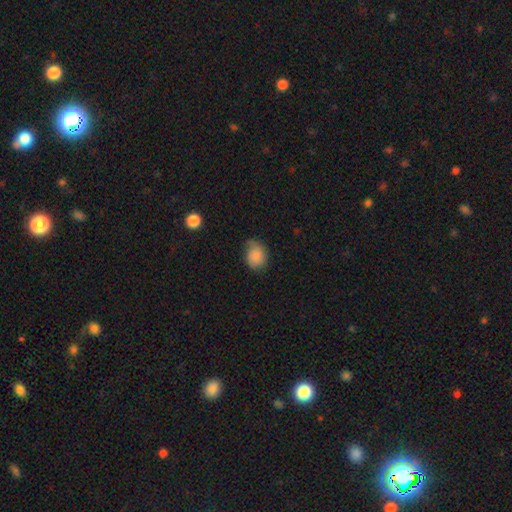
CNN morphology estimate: Smooth or featured?
  - smooth: 82% *
  - featured or disk: 10%
  - star or artifact: 8%
How rounded?
  - round: 54% *
  - in between: 45%
  - cigar-shaped: 1%
Merging?
  - none: 52% *
  - minor disturbance: 35%
  - major disturbance: 11%
  - merger: 2%